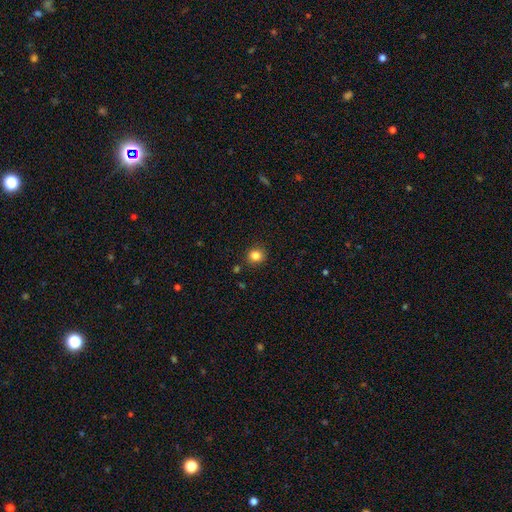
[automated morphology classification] This is clearly a smooth galaxy (83%). How rounded: clearly round (87%). Merging: clearly none (89%).